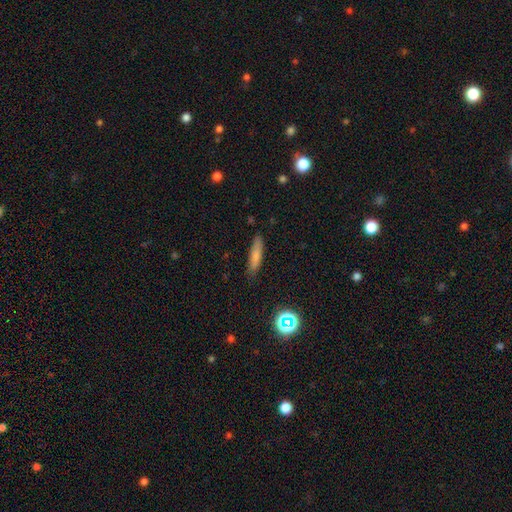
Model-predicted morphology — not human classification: Overall: smooth (77%). How rounded: cigar-shaped (80%). Merging: none (84%).